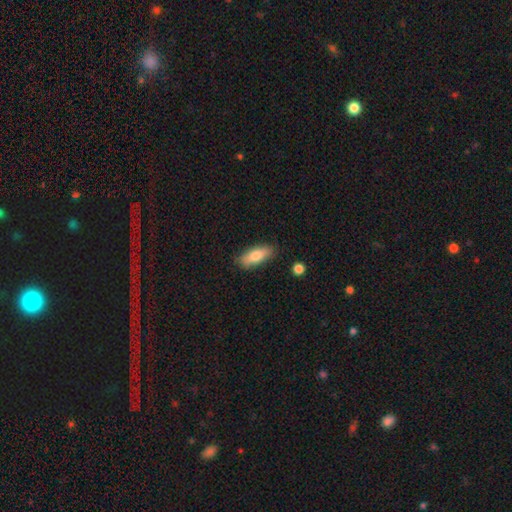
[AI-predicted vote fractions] smooth-or-featured: smooth: 78% | featured or disk: 16% | star or artifact: 6%
  how-rounded: in between: 71% | cigar-shaped: 26% | round: 3%
  merging: none: 82% | minor disturbance: 13% | major disturbance: 3% | merger: 2%